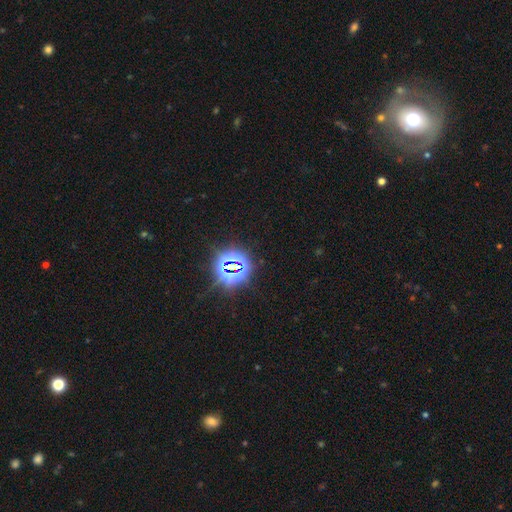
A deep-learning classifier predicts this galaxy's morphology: Smooth or featured?
  - star or artifact: 79% *
  - smooth: 13%
  - featured or disk: 8%